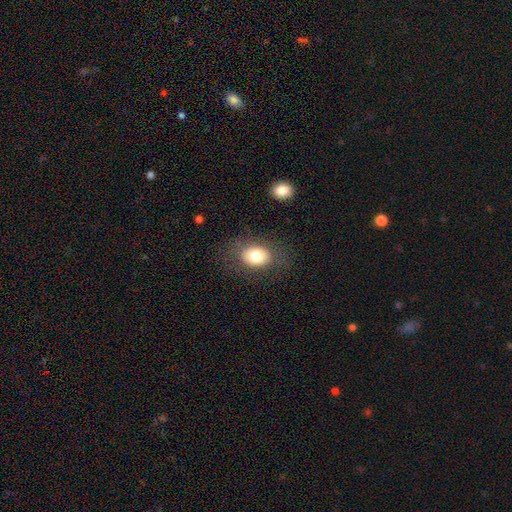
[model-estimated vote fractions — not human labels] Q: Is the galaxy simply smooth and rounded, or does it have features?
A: smooth — 77%.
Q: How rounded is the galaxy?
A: in between — 69%.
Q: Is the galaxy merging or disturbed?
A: none — 79%.